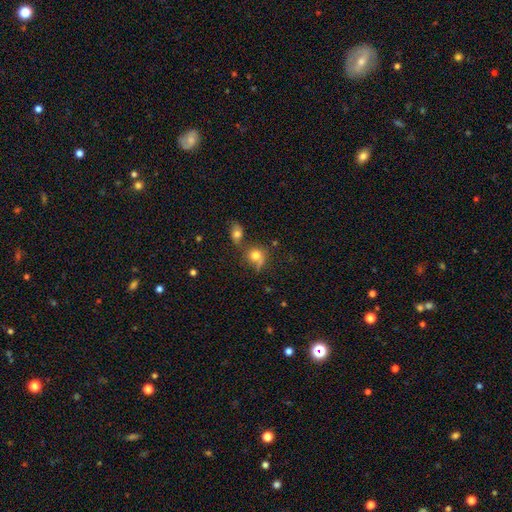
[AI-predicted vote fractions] A smooth galaxy with no disk features (71%) that is round (75%). Merging: none (38%).